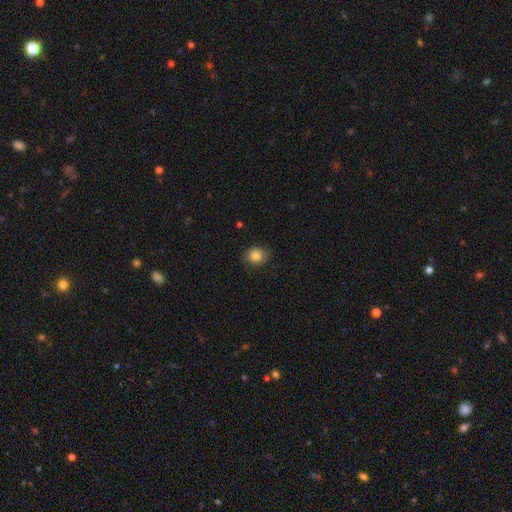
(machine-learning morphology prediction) Smooth or featured? Predicted: smooth (p=0.84). How rounded? Predicted: round (p=0.80). Merging? Predicted: none (p=0.83).